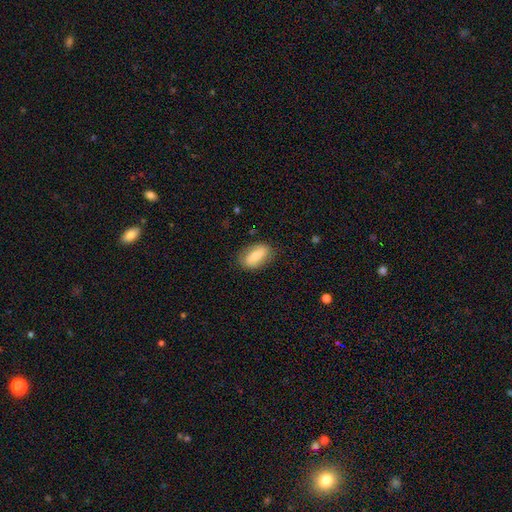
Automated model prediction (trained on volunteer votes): Smooth or featured: smooth — 58% (featured or disk — 35%)
How rounded: in between — 89% (round — 6%)
Merging: none — 80% (minor disturbance — 15%)